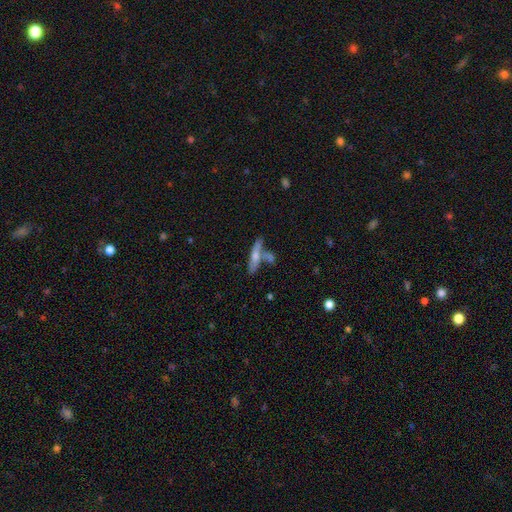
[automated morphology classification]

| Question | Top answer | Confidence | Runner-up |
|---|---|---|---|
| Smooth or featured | smooth | 52% | featured or disk (40%) |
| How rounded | cigar-shaped | 79% | in between (18%) |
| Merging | none | 55% | merger (28%) |